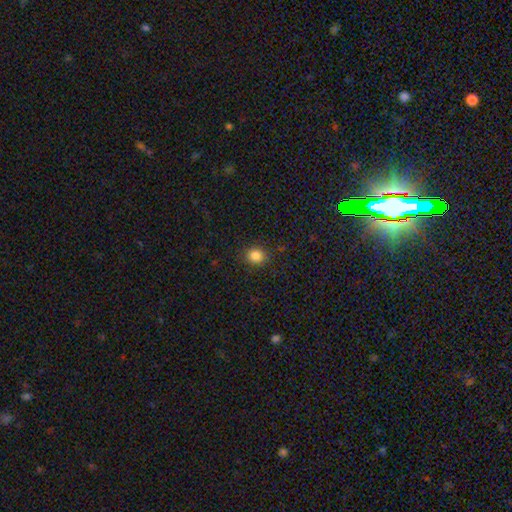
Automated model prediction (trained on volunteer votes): smooth 85%, star or artifact 11%, featured or disk 4%. Down the decision tree: how rounded — round (74%); merging — none (89%).